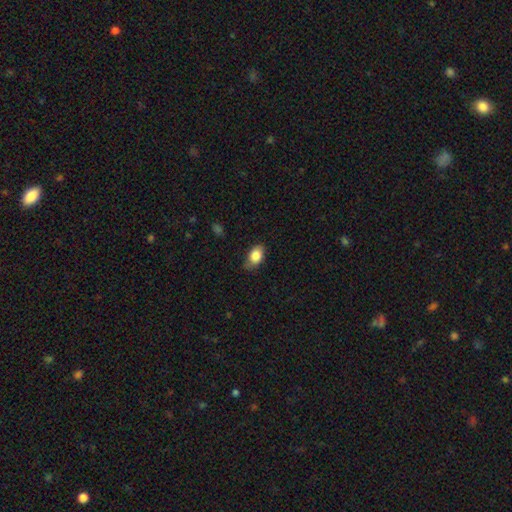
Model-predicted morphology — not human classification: Smooth or featured?
  - smooth: 84% *
  - featured or disk: 8%
  - star or artifact: 7%
How rounded?
  - in between: 85% *
  - round: 14%
  - cigar-shaped: 2%
Merging?
  - none: 67% *
  - minor disturbance: 26%
  - major disturbance: 5%
  - merger: 1%